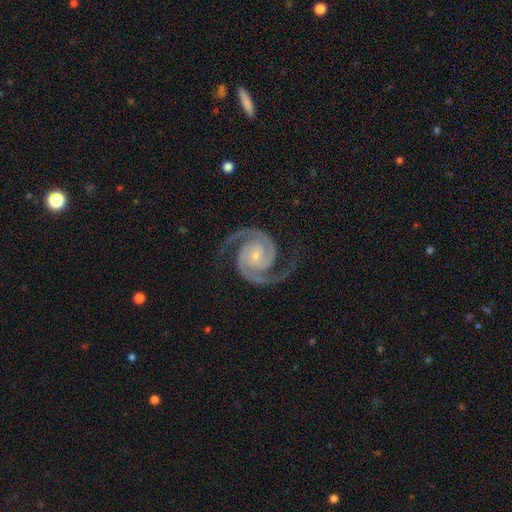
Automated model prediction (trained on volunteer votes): This appears to be a featured or disk galaxy (95%) with no bar (66%), 2 (95%) medium (48%) spiral arms (99%) and a small central bulge (77%). Merging: none (83%).